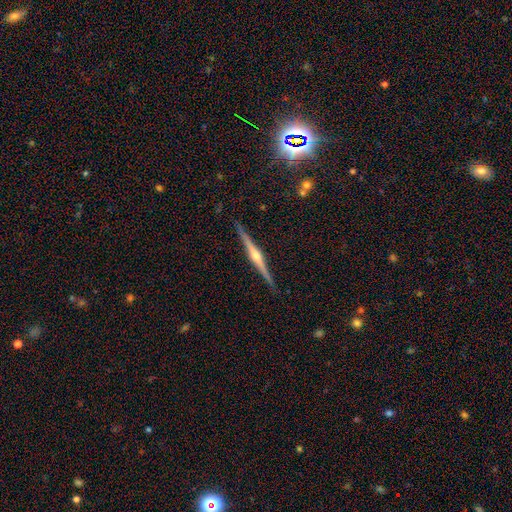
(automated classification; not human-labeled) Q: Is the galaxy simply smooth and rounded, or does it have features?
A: featured or disk — 84%.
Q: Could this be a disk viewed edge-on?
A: yes — 99%.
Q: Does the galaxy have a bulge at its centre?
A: rounded — 90%.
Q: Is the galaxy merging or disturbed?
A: none — 91%.